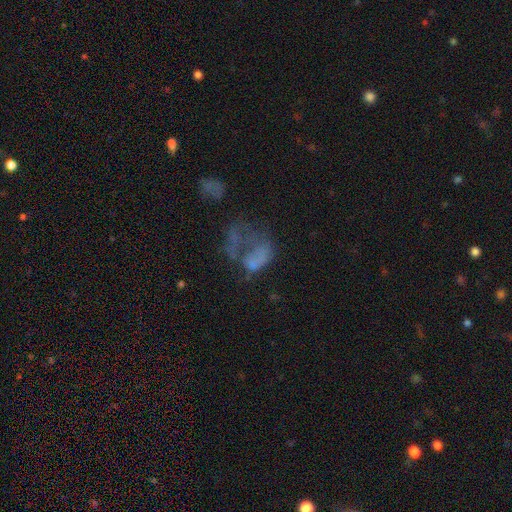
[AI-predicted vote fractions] Smooth or featured: featured or disk — 43% (smooth — 31%)
Merging: major disturbance — 45% (none — 23%)